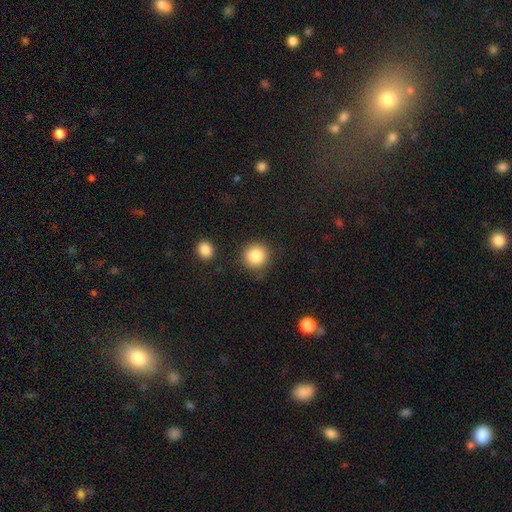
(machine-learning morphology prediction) Smooth or featured? Predicted: smooth (p=0.86). How rounded? Predicted: round (p=0.92). Merging? Predicted: none (p=0.83).